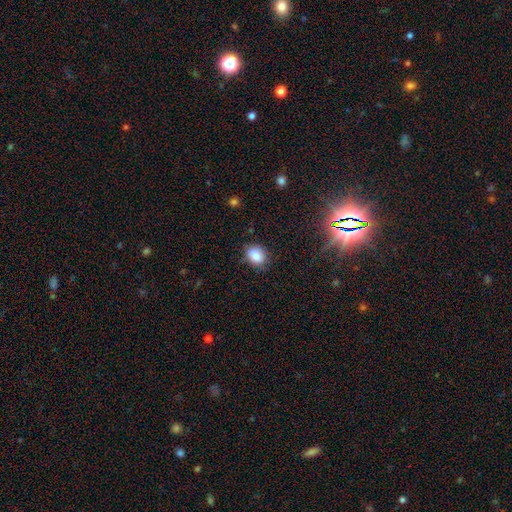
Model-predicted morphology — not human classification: This is clearly a smooth galaxy (81%). How rounded: possibly in between (49%, tied with round). Merging: likely none (75%).